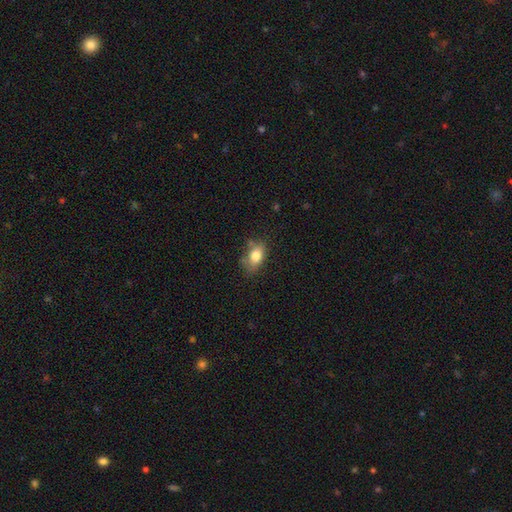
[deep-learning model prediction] Q: Smooth or featured?
A: smooth (80%); runner-up: featured or disk (12%)
Q: How rounded?
A: in between (83%); runner-up: round (14%)
Q: Merging?
A: none (64%); runner-up: minor disturbance (24%)